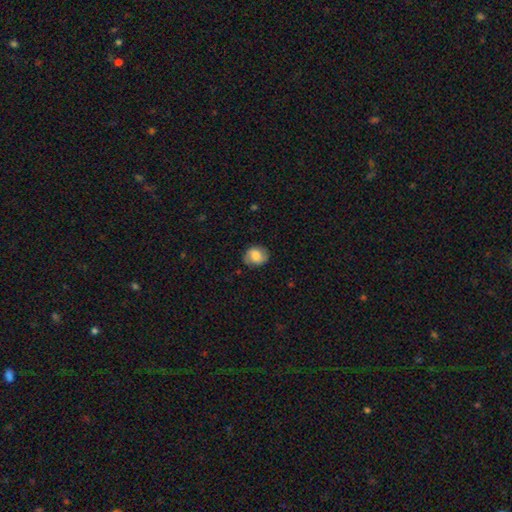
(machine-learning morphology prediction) smooth_or_featured: smooth (p=0.61) [alt: featured or disk p=0.31]
how_rounded: round (p=0.61) [alt: in between p=0.38]
merging: none (p=0.78) [alt: minor disturbance p=0.16]